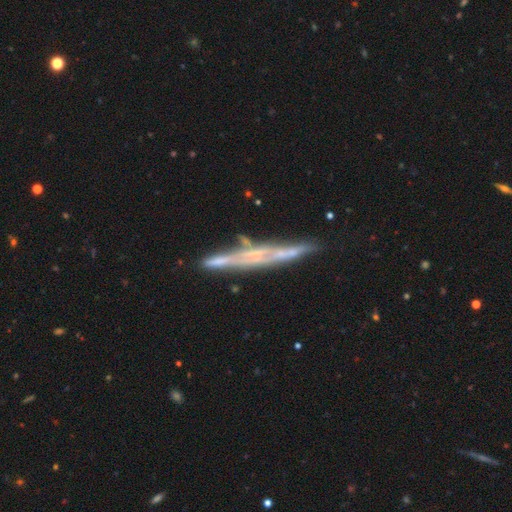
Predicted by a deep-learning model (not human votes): The model was most divided on "edge-on bulge": none: 66%, rounded: 24%, boxy: 10%. More confident: edge-on disk — yes (91%); merging — none (75%); smooth or featured — featured or disk (70%).